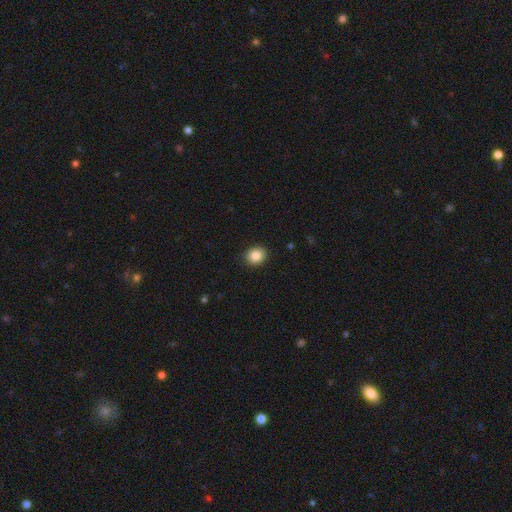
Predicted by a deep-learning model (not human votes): smooth 86%, star or artifact 9%, featured or disk 5%. Down the decision tree: how rounded — round (77%); merging — none (91%).